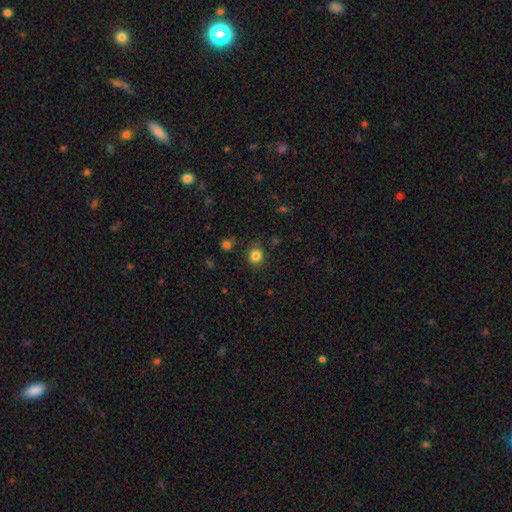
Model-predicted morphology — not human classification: type=smooth (83%); roundness=round (82%); merging=none (83%).